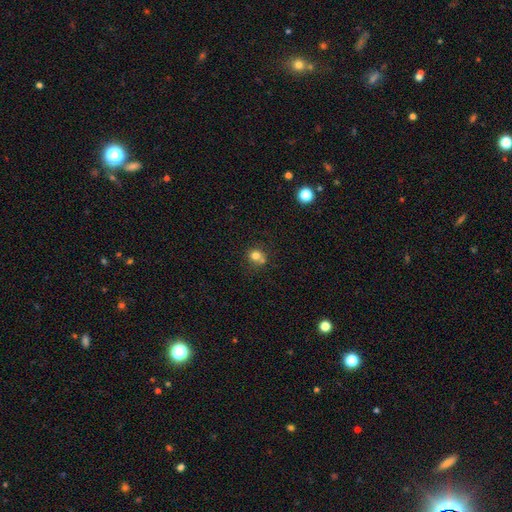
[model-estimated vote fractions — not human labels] Overall: smooth (76%). How rounded: round (79%). Merging: none (53%; merger 30%).